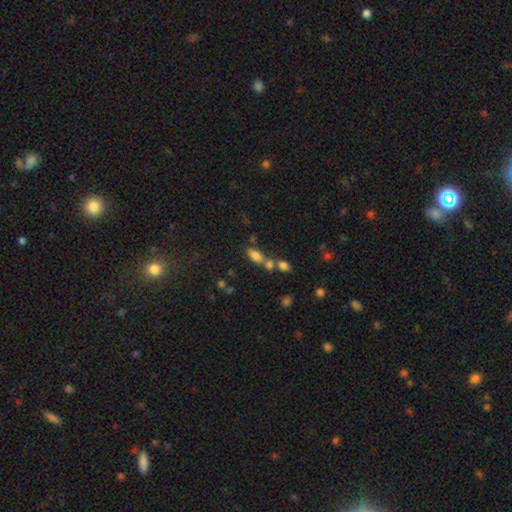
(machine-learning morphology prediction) type=smooth (78%); roundness=in between (84%); merging=merger (46%).